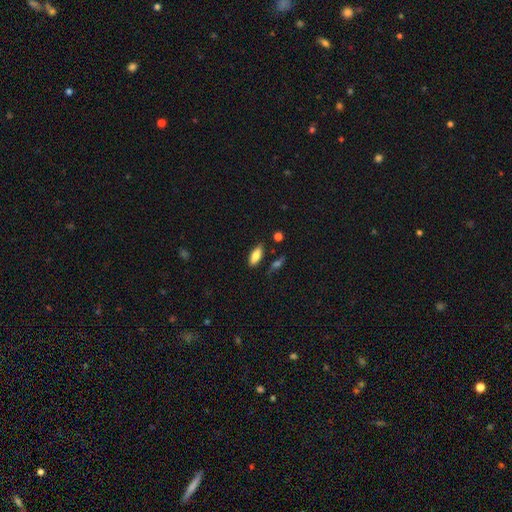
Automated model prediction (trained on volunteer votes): This appears to be a smooth galaxy with no disk features (80%) that is in between round and cigar-shaped (77%). Merging: none (79%).